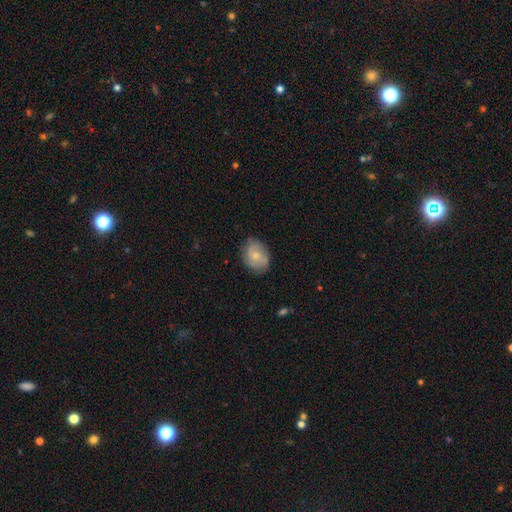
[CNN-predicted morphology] This is likely a smooth galaxy (61%). How rounded: possibly in between (56%). Merging: likely none (76%).